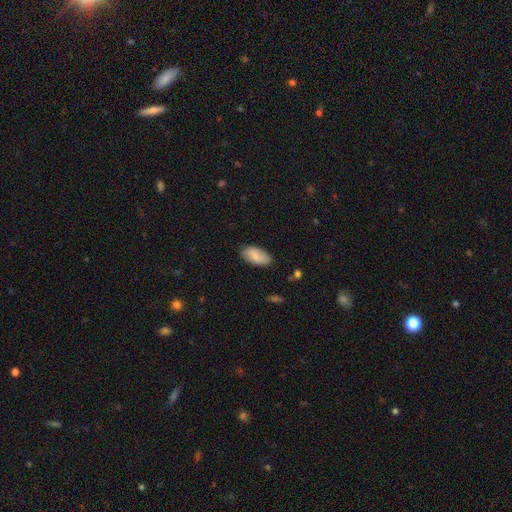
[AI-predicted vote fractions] smooth 82%, featured or disk 12%, star or artifact 6%. Down the decision tree: how rounded — in between (94%); merging — none (83%).